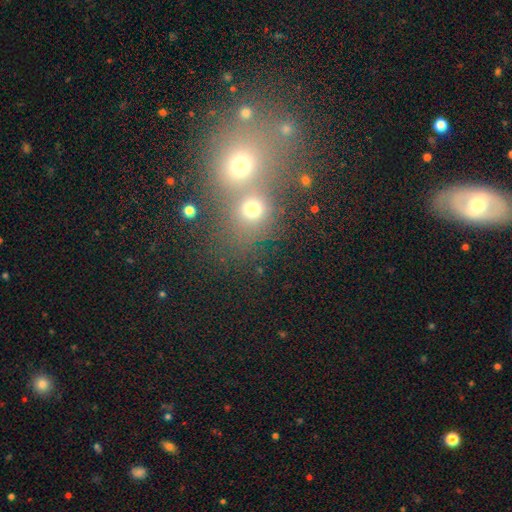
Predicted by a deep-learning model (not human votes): Smooth or featured? Predicted: smooth (p=0.51). How rounded? Predicted: round (p=0.70). Merging? Predicted: merger (p=0.59).